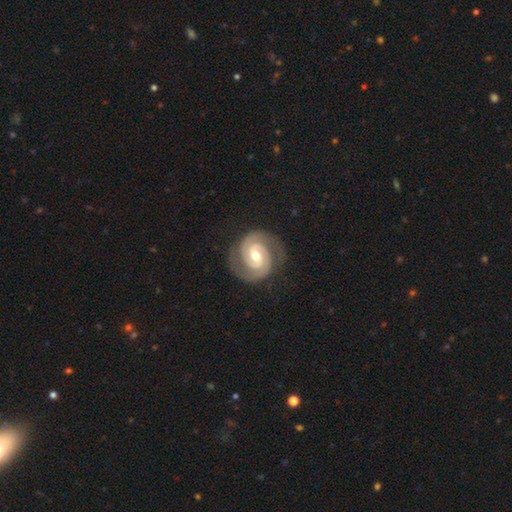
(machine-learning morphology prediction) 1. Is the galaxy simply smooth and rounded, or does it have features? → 92% featured or disk, 5% smooth, 4% star or artifact.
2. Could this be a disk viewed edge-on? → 98% no, 2% yes.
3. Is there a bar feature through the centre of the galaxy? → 45% weak, 36% no, 19% strong.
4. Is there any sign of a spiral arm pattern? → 98% yes, 2% no.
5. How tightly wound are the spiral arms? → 70% tight, 27% medium, 4% loose.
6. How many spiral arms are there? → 92% 2, 2% can't tell, 2% 3, 1% 1, 1% 4, 1% more than 4.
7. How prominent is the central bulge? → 71% moderate, 23% small, 4% large, 1% none, 1% dominant.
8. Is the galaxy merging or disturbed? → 83% none, 12% minor disturbance, 4% major disturbance, 1% merger.